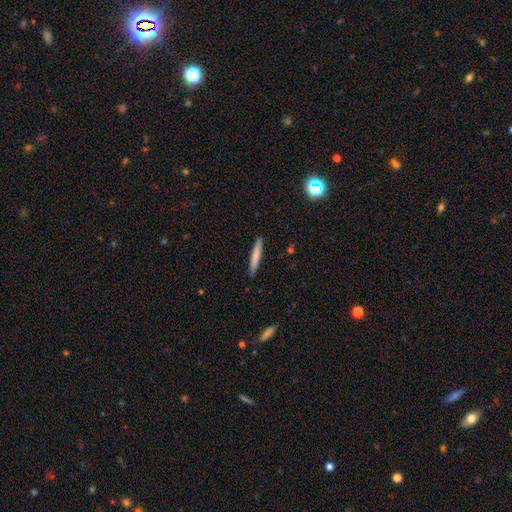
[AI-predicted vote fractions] The model was most divided on "smooth or featured": smooth: 75%, featured or disk: 20%, star or artifact: 6%. More confident: how rounded — cigar-shaped (96%); merging — none (91%).